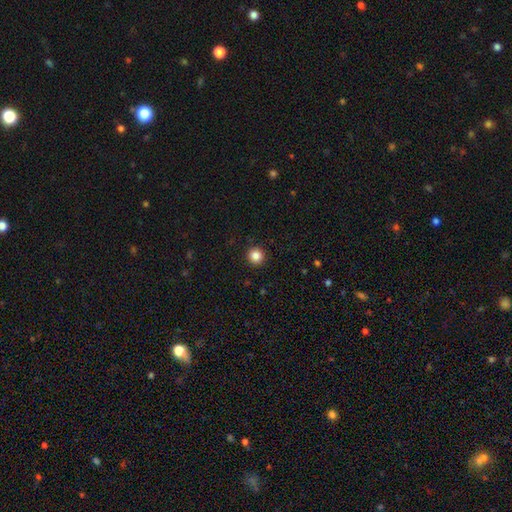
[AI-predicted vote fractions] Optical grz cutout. It shows a smooth galaxy with no disk features (86%) that is round (95%). Merging: none (93%).